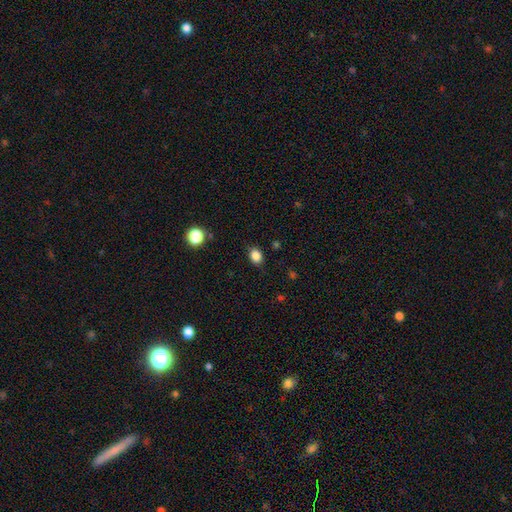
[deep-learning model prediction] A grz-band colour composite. It shows a smooth galaxy with no disk features (85%) that is in between round and cigar-shaped (58%). Merging: none (84%).